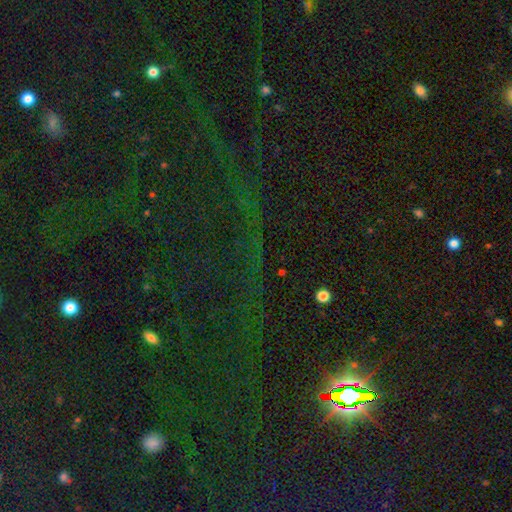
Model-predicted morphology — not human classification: Smooth or featured: star or artifact — 82% (smooth — 10%)